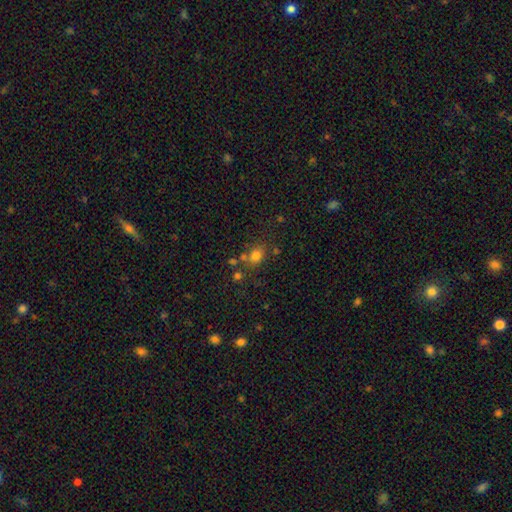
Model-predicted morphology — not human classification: smooth_or_featured: smooth (p=0.75) [alt: star or artifact p=0.15]
how_rounded: round (p=0.50) [alt: in between p=0.49]
merging: none (p=0.65) [alt: minor disturbance p=0.15]